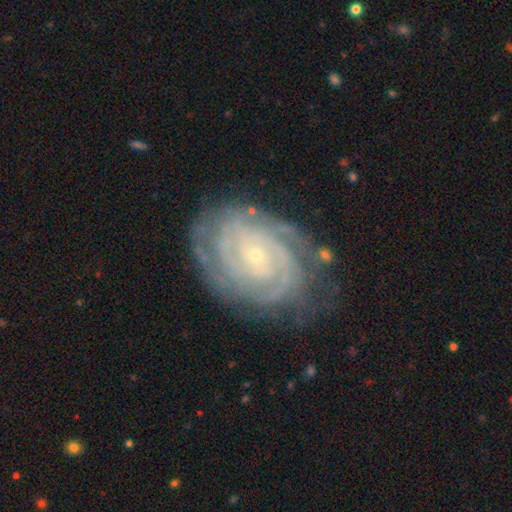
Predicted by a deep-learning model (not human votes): A featured or disk galaxy (88%) with no bar (74%), tight (82%) spiral arms (97%) and a small central bulge (85%). Merging: none (76%).